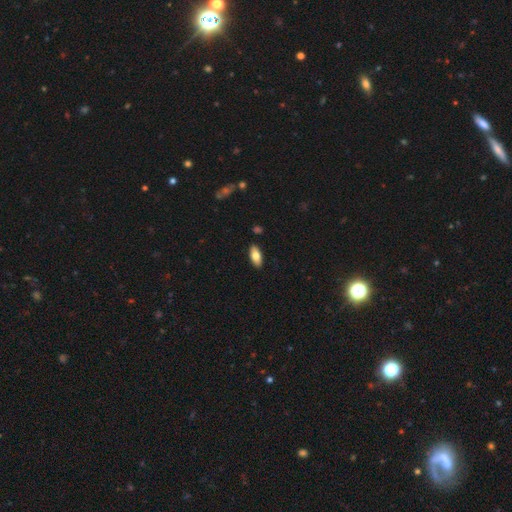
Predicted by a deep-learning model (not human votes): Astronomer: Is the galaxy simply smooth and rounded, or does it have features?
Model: smooth — 78%.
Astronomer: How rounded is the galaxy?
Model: in between — 87%.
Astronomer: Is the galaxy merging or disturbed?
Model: none — 89%.